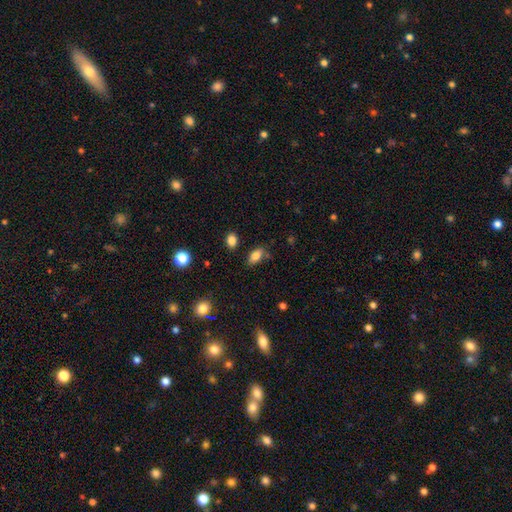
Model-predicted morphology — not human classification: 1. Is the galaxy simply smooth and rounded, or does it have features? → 83% smooth, 10% star or artifact, 7% featured or disk.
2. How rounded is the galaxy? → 89% in between, 7% round, 4% cigar-shaped.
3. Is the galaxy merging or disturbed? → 75% none, 16% minor disturbance, 5% merger, 4% major disturbance.